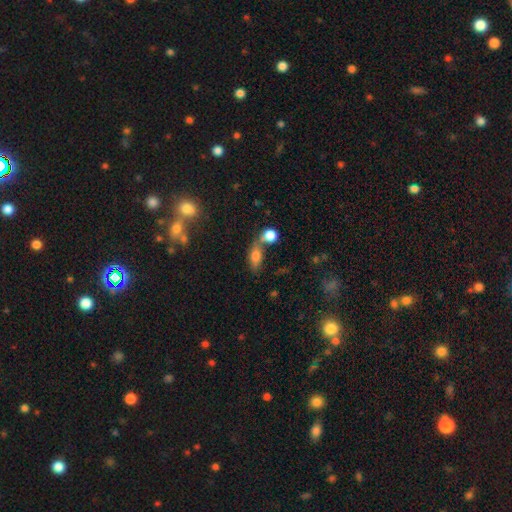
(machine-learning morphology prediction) A smooth galaxy with no disk features (73%) that is in between round and cigar-shaped (79%).

Vote fractions:
- Smooth or featured? smooth: 73% / featured or disk: 16% / star or artifact: 12%
- How rounded? in between: 79% / round: 12% / cigar-shaped: 9%
- Merging? none: 39% (tied) / merger: 39% (tied) / minor disturbance: 13% / major disturbance: 9%